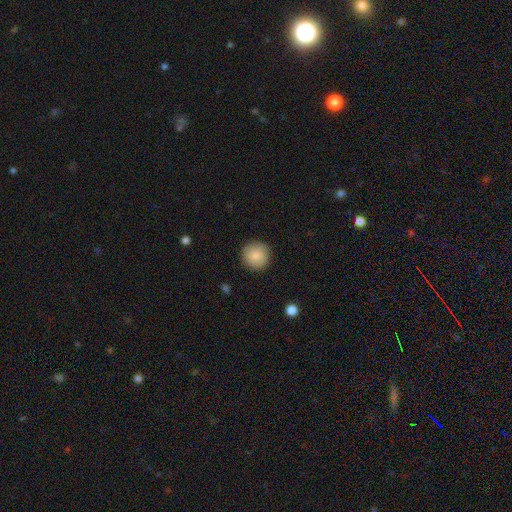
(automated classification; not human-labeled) Q: Smooth or featured?
A: smooth (87%); runner-up: star or artifact (8%)
Q: How rounded?
A: round (94%); runner-up: in between (5%)
Q: Merging?
A: none (90%); runner-up: minor disturbance (6%)